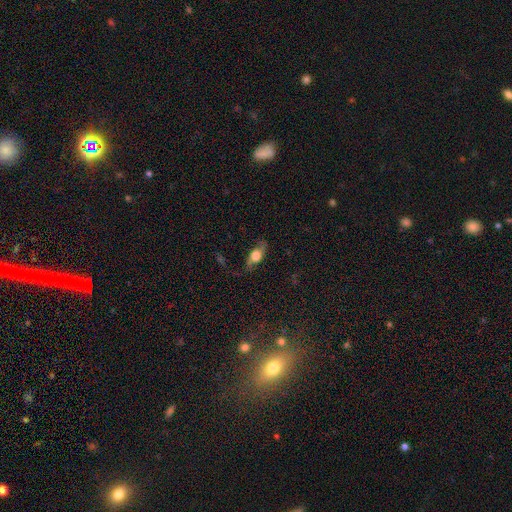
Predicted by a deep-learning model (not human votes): A smooth galaxy with no disk features (51%) that is in between round and cigar-shaped (70%).

Vote fractions:
- Smooth or featured? smooth: 51% / featured or disk: 40% / star or artifact: 9%
- How rounded? in between: 70% / cigar-shaped: 20% / round: 10%
- Merging? none: 63% / minor disturbance: 23% / major disturbance: 12% / merger: 2%